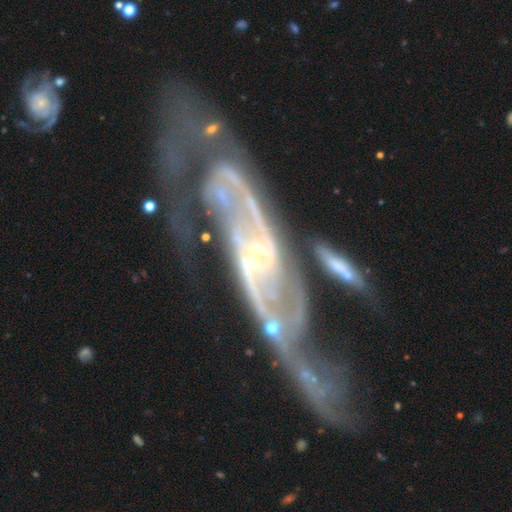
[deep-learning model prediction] smooth-or-featured: featured or disk: 90% | star or artifact: 6% | smooth: 4%
  disk-edge-on: no: 87% | yes: 13%
    bar: strong: 39% | weak: 38% | no: 23%
    has-spiral-arms: yes: 94% | no: 6%
      spiral-winding: medium: 44% | loose: 38% | tight: 19%
      spiral-arm-count: 2: 87% | can't tell: 5% | 1: 2% | 3: 2% | 4: 2% | more than 4: 2%
    bulge-size: small: 53% | none: 21% | moderate: 20% | large: 4% | dominant: 2%
  merging: none: 38% | major disturbance: 25% | merger: 19% | minor disturbance: 17%